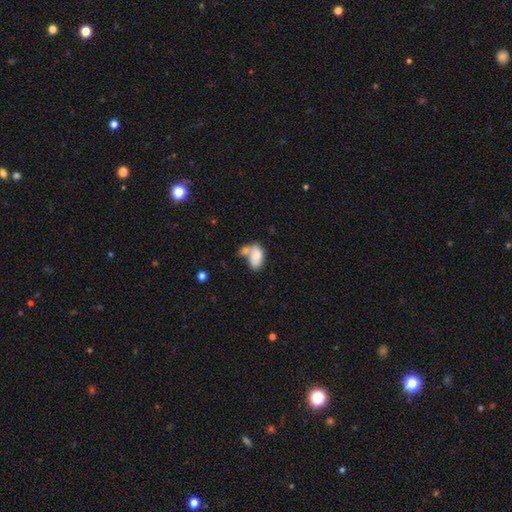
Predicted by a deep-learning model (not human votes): Morphology: type=smooth (78%); roundness=in between (92%); merging=merger (48%).